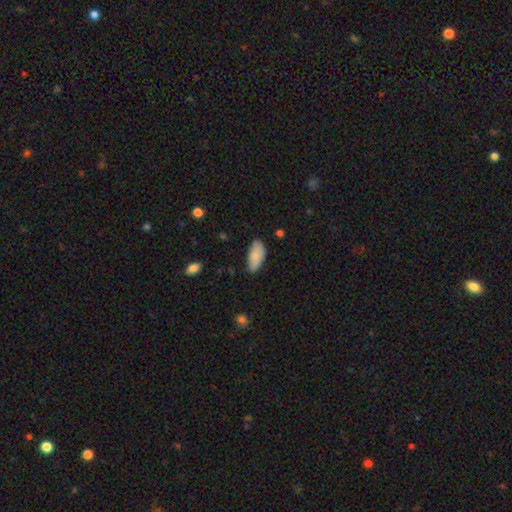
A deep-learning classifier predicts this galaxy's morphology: Overall: smooth (85%). How rounded: in between (90%). Merging: none (73%).